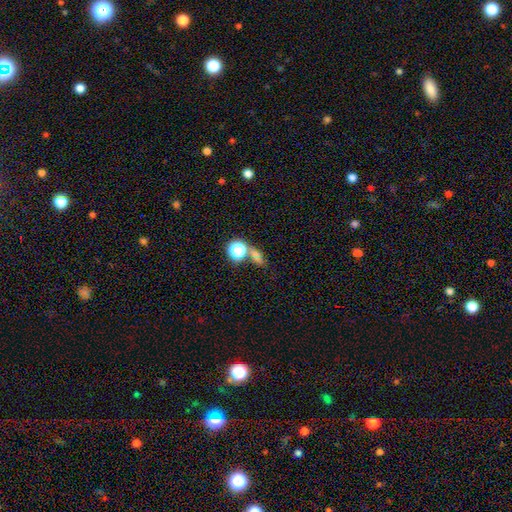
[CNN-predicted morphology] This is possibly a smooth galaxy (48%). Merging: possibly none (52%).